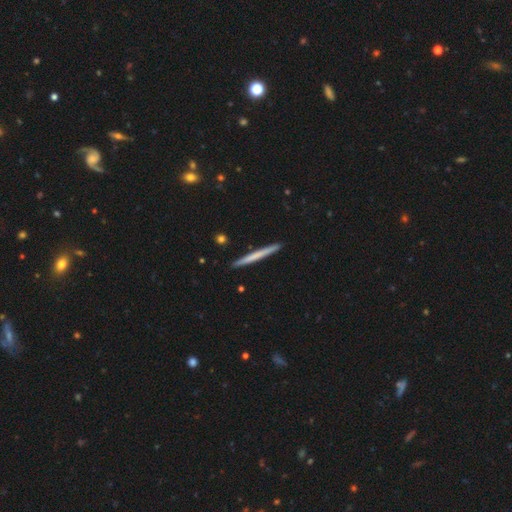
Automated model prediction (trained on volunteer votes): Smooth or featured? Predicted: smooth (p=0.58). How rounded? Predicted: cigar-shaped (p=0.97). Merging? Predicted: none (p=0.92).